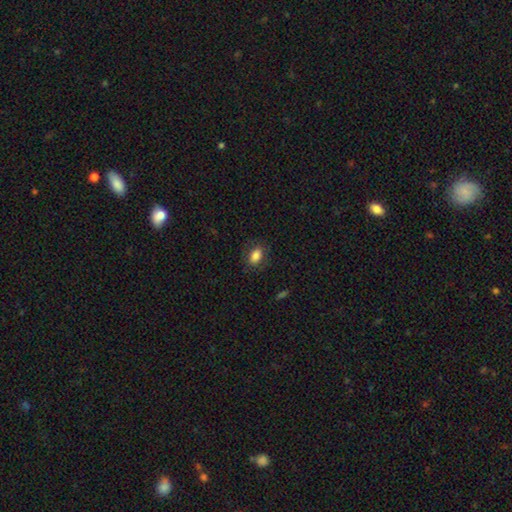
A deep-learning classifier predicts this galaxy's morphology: Overall: smooth (82%). How rounded: in between (84%). Merging: none (81%).